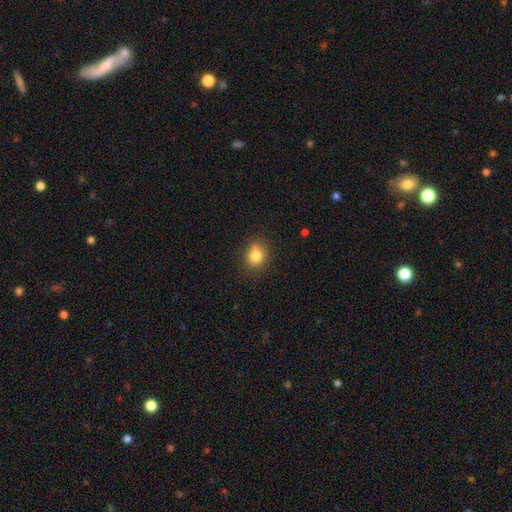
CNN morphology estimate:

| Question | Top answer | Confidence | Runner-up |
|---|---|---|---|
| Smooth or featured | smooth | 80% | star or artifact (11%) |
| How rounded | round | 67% | in between (32%) |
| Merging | none | 71% | minor disturbance (16%) |